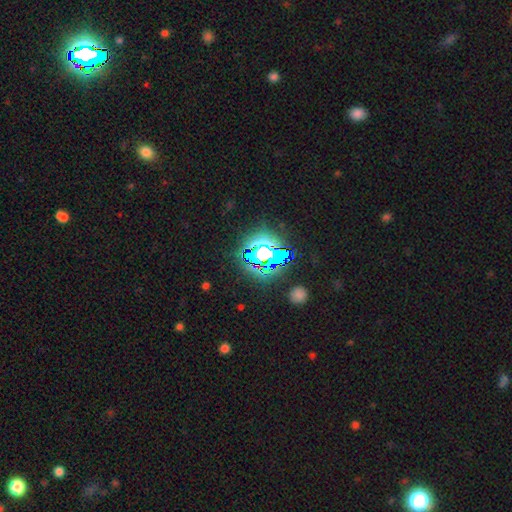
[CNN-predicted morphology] star or artifact 69%, smooth 20%, featured or disk 12%.